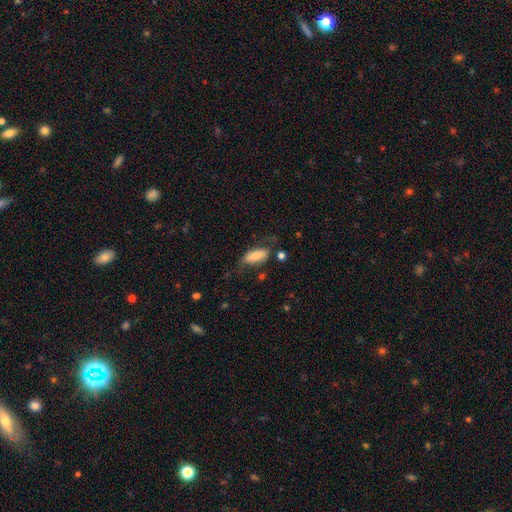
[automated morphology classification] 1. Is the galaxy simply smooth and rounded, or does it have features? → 73% smooth, 20% featured or disk, 7% star or artifact.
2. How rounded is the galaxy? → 83% in between, 15% cigar-shaped, 3% round.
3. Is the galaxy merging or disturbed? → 58% none, 26% minor disturbance, 12% major disturbance, 4% merger.